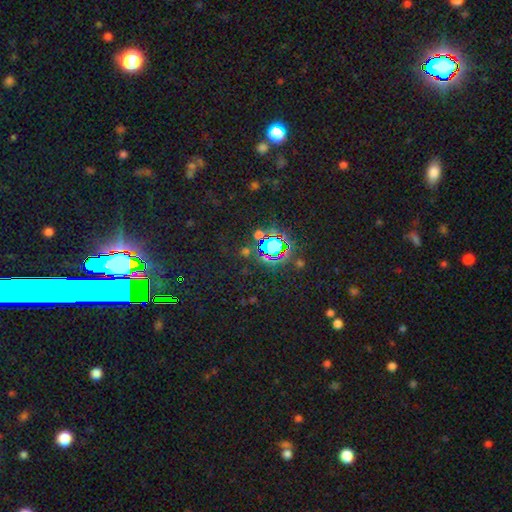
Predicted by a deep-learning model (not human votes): Q: Smooth or featured?
A: star or artifact (81%); runner-up: smooth (10%)